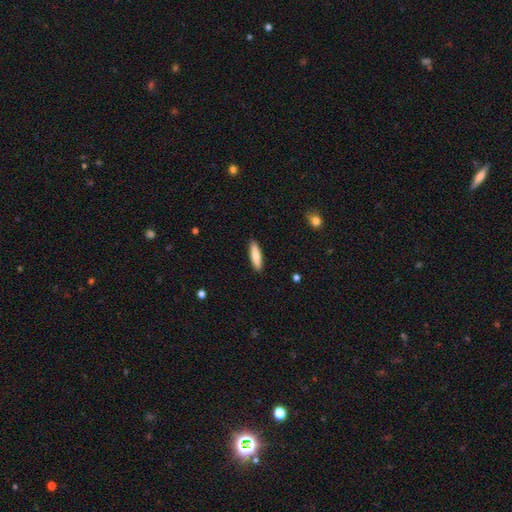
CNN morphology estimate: Overall: smooth (81%). How rounded: cigar-shaped (67%; in between 31%). Merging: none (90%).